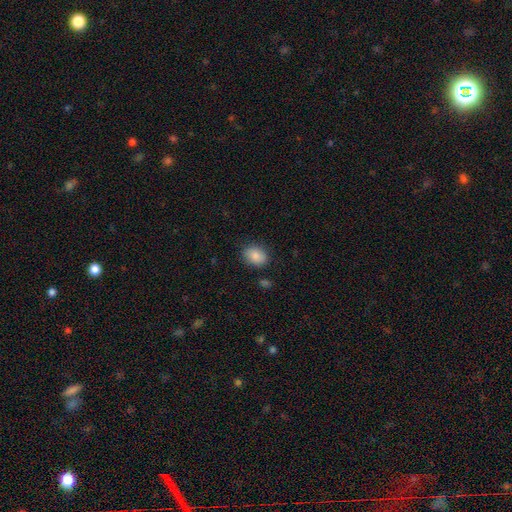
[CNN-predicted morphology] This is clearly a smooth galaxy (86%). How rounded: likely in between (61%). Merging: clearly none (82%).